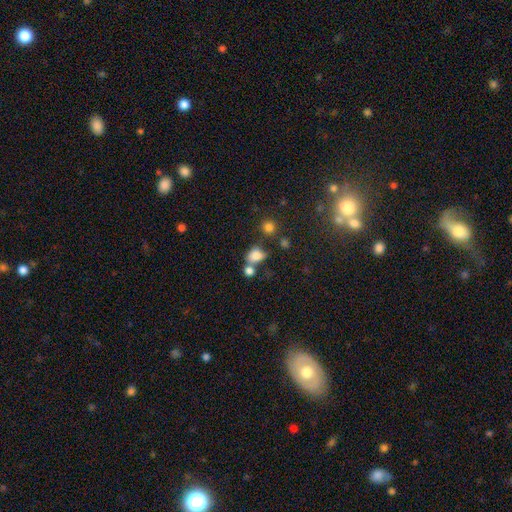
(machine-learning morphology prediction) This appears to be a smooth galaxy with no disk features (79%) that is in between round and cigar-shaped (60%). Merging: none (40%).